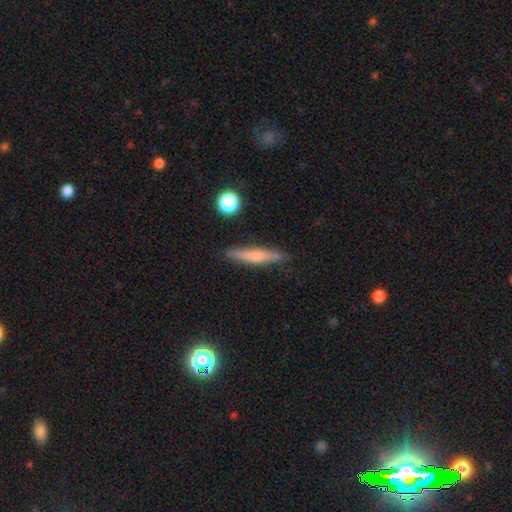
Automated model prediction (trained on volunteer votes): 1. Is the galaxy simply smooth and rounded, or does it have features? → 49% smooth, 44% featured or disk, 7% star or artifact.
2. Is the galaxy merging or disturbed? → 87% none, 10% minor disturbance, 2% major disturbance, 2% merger.